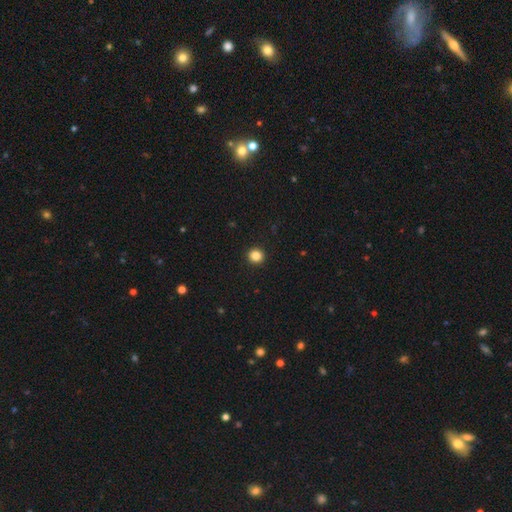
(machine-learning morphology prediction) A smooth galaxy with no disk features (85%) that is round (93%).

Vote fractions:
- Smooth or featured? smooth: 85% / star or artifact: 11% / featured or disk: 4%
- How rounded? round: 93% / in between: 6% / cigar-shaped: 1%
- Merging? none: 94% / minor disturbance: 4% / major disturbance: 1% / merger: 1%